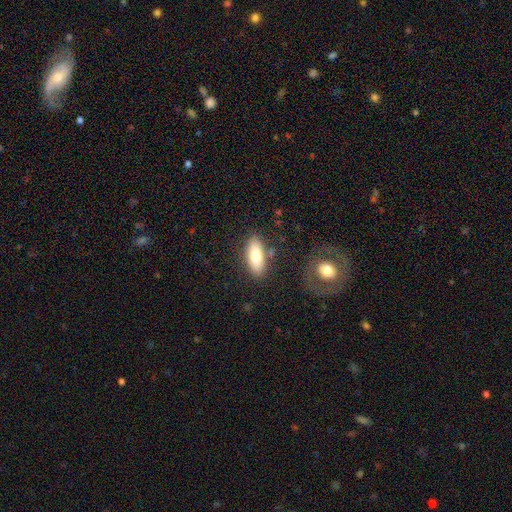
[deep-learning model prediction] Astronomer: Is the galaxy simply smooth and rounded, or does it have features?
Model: smooth — 75%.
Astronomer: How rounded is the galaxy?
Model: in between — 78%.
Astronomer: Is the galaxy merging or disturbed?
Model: none — 80%.